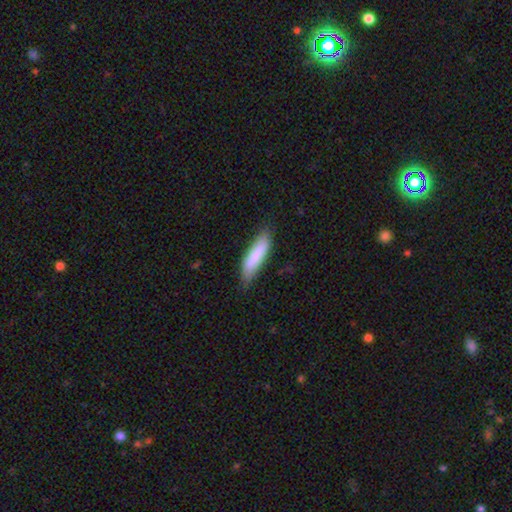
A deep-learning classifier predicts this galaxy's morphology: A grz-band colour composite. It shows a smooth galaxy with no disk features (83%) that is cigar-shaped (65%). Merging: none (72%).